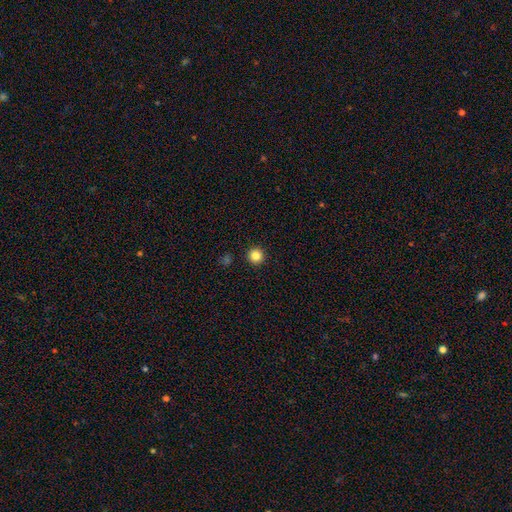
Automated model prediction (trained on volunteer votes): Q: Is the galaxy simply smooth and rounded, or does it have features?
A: smooth — 84%.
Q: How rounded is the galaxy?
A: round — 96%.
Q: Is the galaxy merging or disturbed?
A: none — 93%.